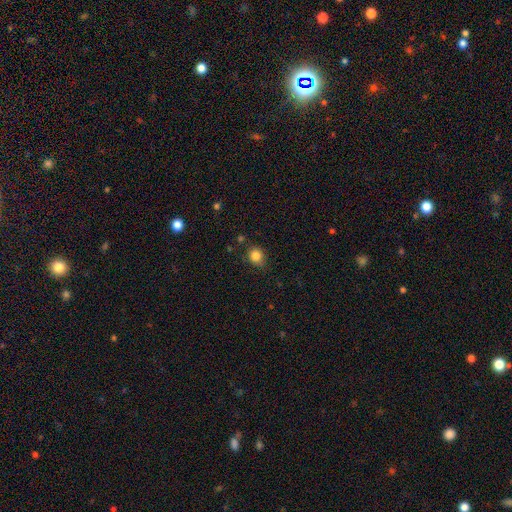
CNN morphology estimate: Smooth or featured? smooth (84%)
How rounded? round (74%)
Merging? none (81%)